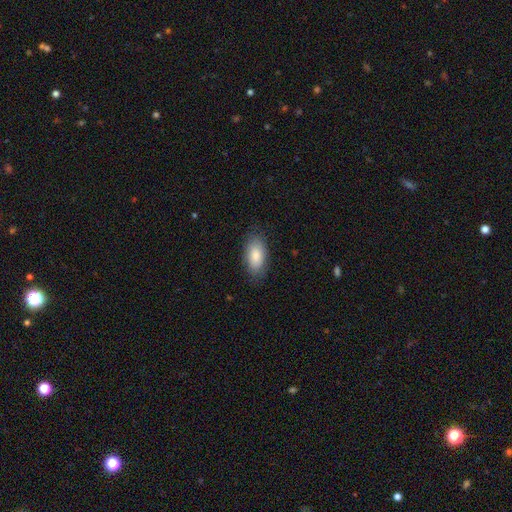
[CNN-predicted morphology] A smooth galaxy with no disk features (85%) that is in between round and cigar-shaped (93%).

Vote fractions:
- Smooth or featured? smooth: 85% / featured or disk: 9% / star or artifact: 6%
- How rounded? in between: 93% / cigar-shaped: 4% / round: 3%
- Merging? none: 82% / minor disturbance: 14% / major disturbance: 3% / merger: 1%